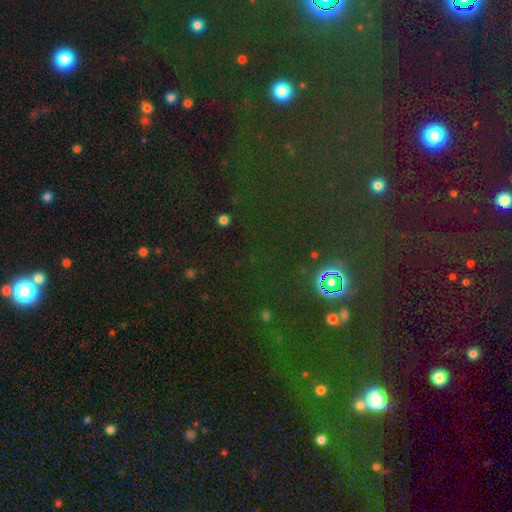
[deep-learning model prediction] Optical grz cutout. It shows a star or artifact, not a galaxy (76%).